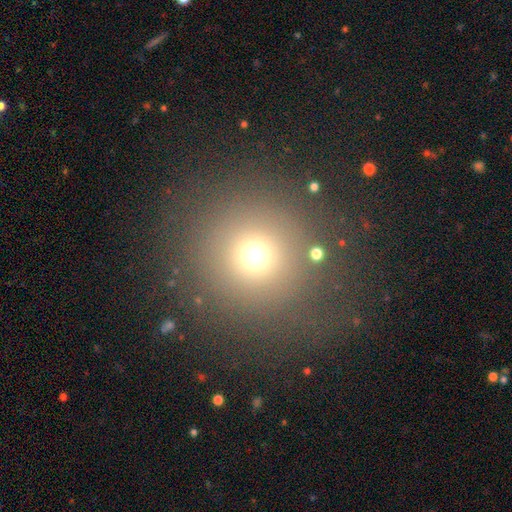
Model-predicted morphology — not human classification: Smooth or featured? smooth (66%)
How rounded? round (94%)
Merging? none (83%)